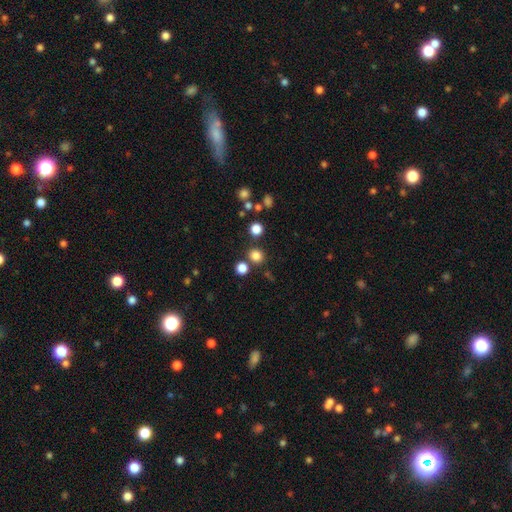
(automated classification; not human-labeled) A smooth galaxy with no disk features (81%) that is round (85%). Merging: none (80%).